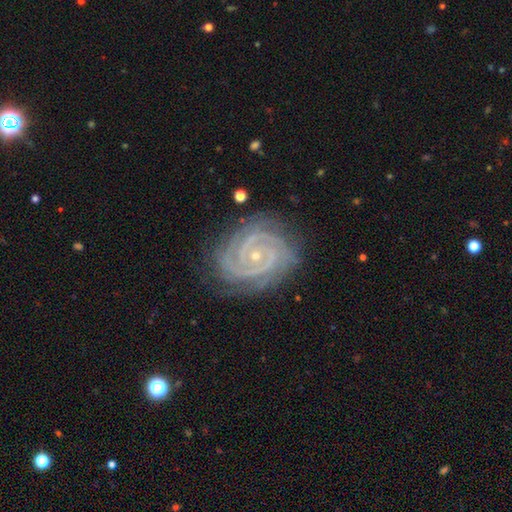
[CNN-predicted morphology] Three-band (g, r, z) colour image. It shows a featured or disk galaxy (92%) with no bar (61%), 2 (55%) tight (83%) spiral arms (99%) and a small central bulge (83%). Merging: none (81%).